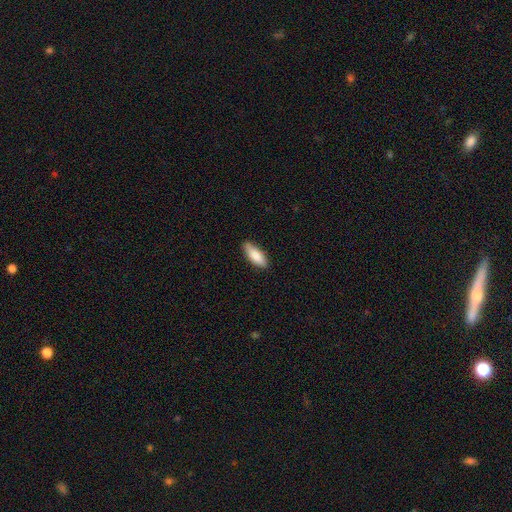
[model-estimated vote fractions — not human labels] Smooth or featured?
  - smooth: 84% *
  - featured or disk: 10%
  - star or artifact: 6%
How rounded?
  - in between: 69% *
  - cigar-shaped: 29%
  - round: 2%
Merging?
  - none: 84% *
  - minor disturbance: 13%
  - major disturbance: 2%
  - merger: 1%